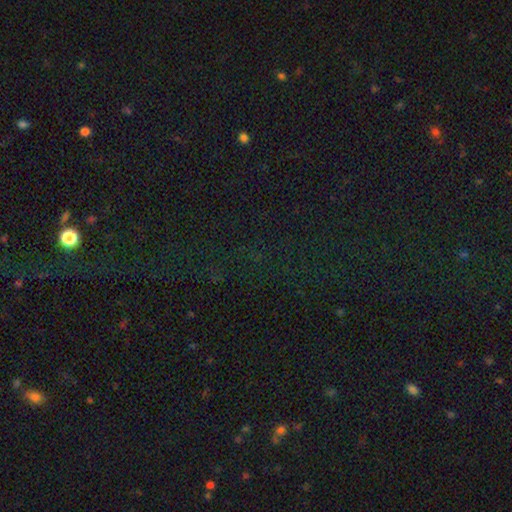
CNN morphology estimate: This is likely a star or artifact rather than a galaxy (77%).